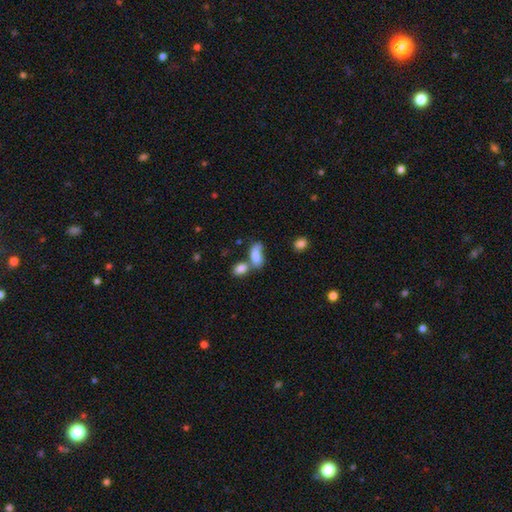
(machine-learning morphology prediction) A smooth galaxy with no disk features (76%) that is in between round and cigar-shaped (86%).

Vote fractions:
- Smooth or featured? smooth: 76% / featured or disk: 14% / star or artifact: 9%
- How rounded? in between: 86% / cigar-shaped: 8% / round: 6%
- Merging? merger: 50% / none: 28% / minor disturbance: 13% / major disturbance: 8%